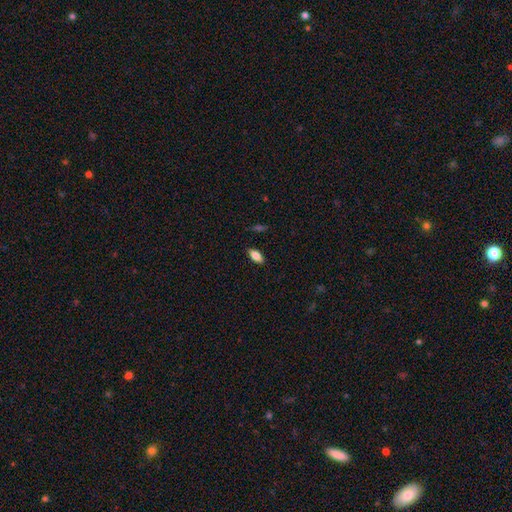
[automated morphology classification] Q: Smooth or featured?
A: smooth (80%); runner-up: featured or disk (12%)
Q: How rounded?
A: in between (88%); runner-up: cigar-shaped (10%)
Q: Merging?
A: none (88%); runner-up: minor disturbance (9%)